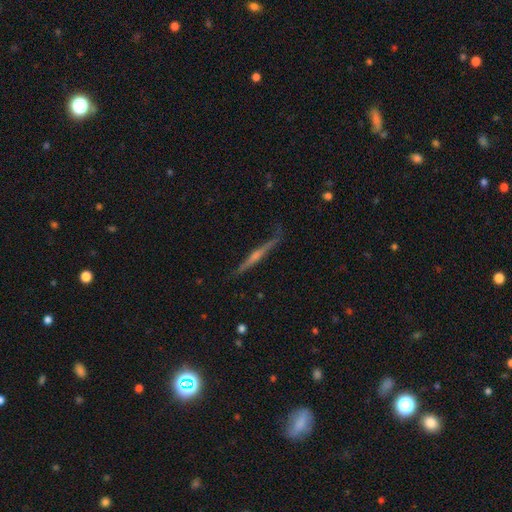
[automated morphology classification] Smooth or featured?
  - featured or disk: 76% *
  - smooth: 17%
  - star or artifact: 6%
Edge-on disk?
  - yes: 97% *
  - no: 3%
Edge-on bulge?
  - rounded: 72% *
  - none: 19%
  - boxy: 9%
Merging?
  - none: 81% *
  - minor disturbance: 14%
  - major disturbance: 3%
  - merger: 2%